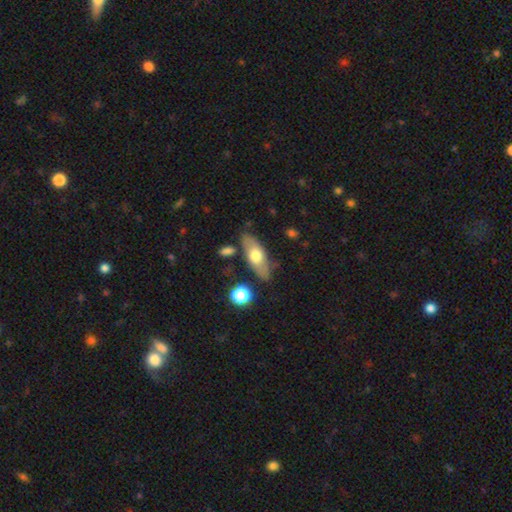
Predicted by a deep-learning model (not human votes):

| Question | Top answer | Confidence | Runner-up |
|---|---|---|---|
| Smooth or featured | smooth | 58% | featured or disk (36%) |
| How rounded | in between | 73% | cigar-shaped (24%) |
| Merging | none | 75% | minor disturbance (16%) |